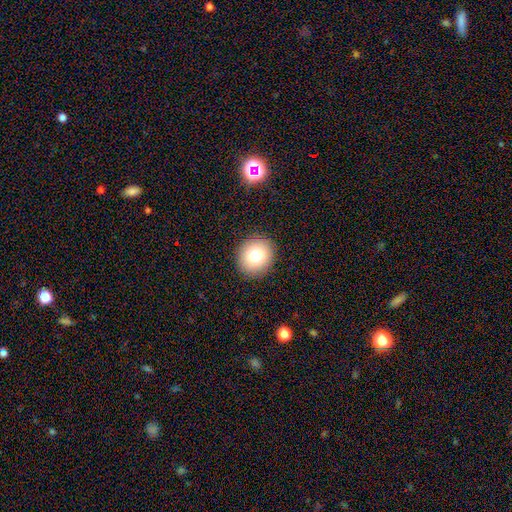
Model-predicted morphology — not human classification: Overall: smooth (78%). How rounded: round (81%). Merging: none (91%).